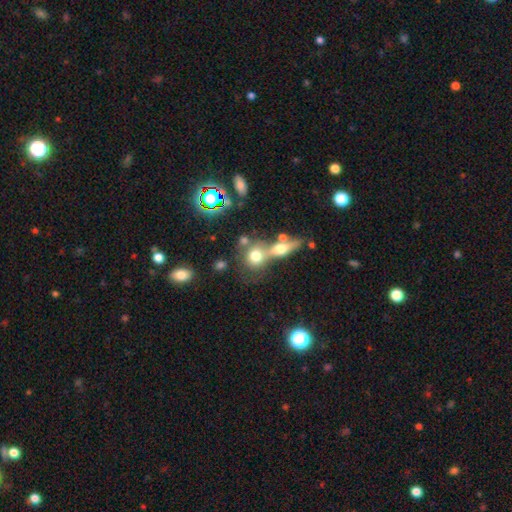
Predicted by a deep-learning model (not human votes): A smooth galaxy with no disk features (66%) that is round (71%).

Vote fractions:
- Smooth or featured? smooth: 66% / featured or disk: 20% / star or artifact: 15%
- How rounded? round: 71% / in between: 25% / cigar-shaped: 4%
- Merging? merger: 49% / none: 36% / minor disturbance: 9% / major disturbance: 6%